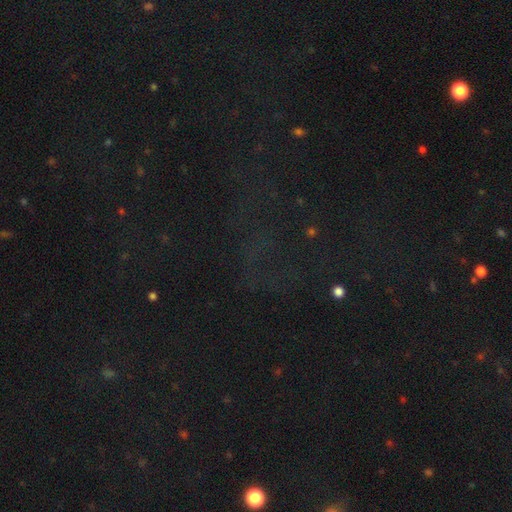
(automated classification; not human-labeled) The model was most divided on "smooth or featured": star or artifact: 74%, smooth: 16%, featured or disk: 10%.